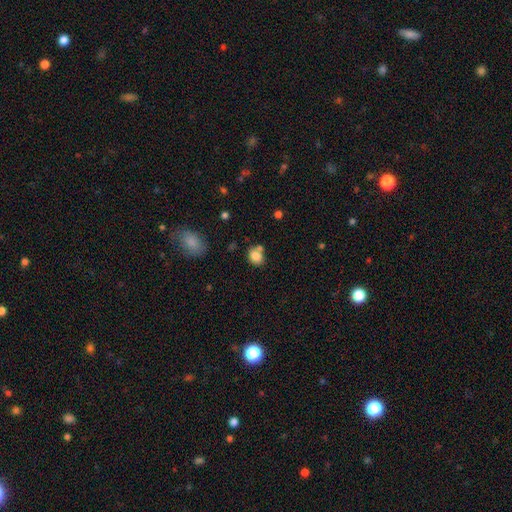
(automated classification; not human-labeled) This is clearly a smooth galaxy (82%). How rounded: possibly round (50%). Merging: possibly none (58%).